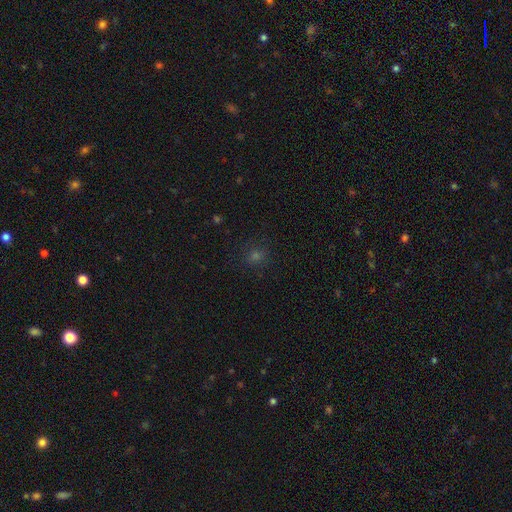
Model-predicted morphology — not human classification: Overall: smooth (58%; star or artifact 34%). How rounded: round (87%). Merging: none (87%).